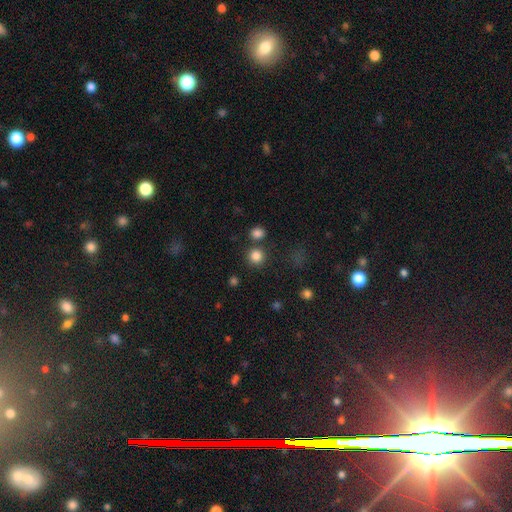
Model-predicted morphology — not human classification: smooth-or-featured: smooth: 83% | star or artifact: 13% | featured or disk: 4%
  how-rounded: round: 92% | in between: 7% | cigar-shaped: 1%
  merging: none: 79% | merger: 11% | minor disturbance: 7% | major disturbance: 3%